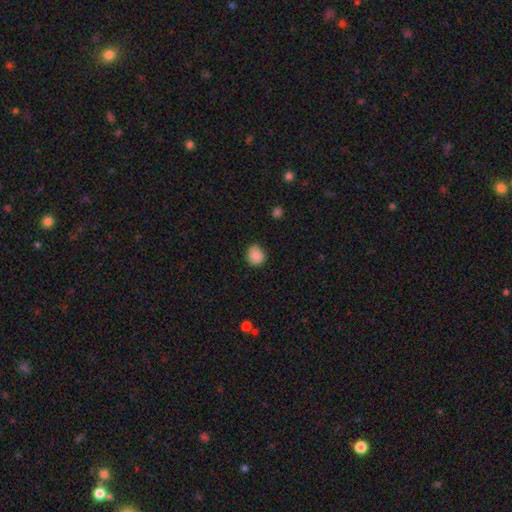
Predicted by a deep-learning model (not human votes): Morphology: type=smooth (86%); roundness=round (80%); merging=none (74%).